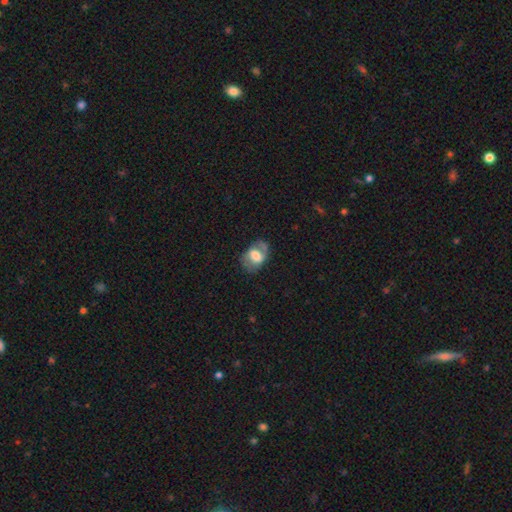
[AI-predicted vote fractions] A featured or disk galaxy (48%). Merging: none (57%).